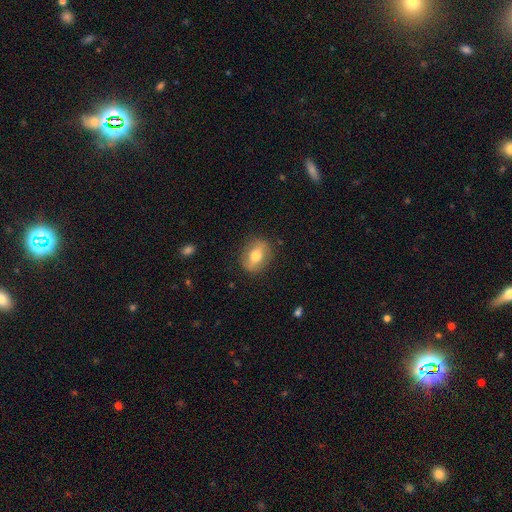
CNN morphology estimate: Smooth or featured? smooth (53%)
How rounded? in between (64%)
Merging? none (84%)